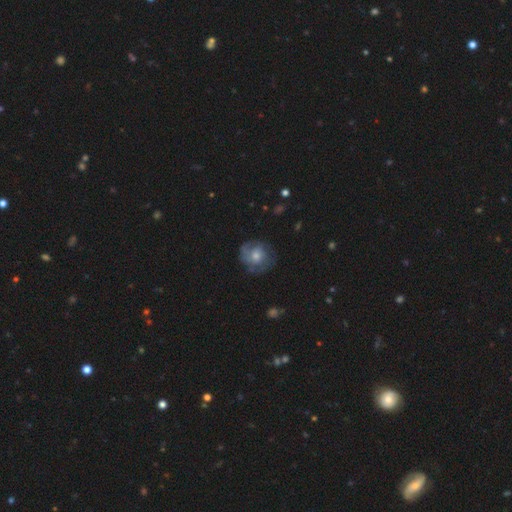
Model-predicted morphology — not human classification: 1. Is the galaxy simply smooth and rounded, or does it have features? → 51% featured or disk, 41% smooth, 8% star or artifact.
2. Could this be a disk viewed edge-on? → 97% no, 3% yes.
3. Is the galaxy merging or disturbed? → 68% none, 20% minor disturbance, 11% major disturbance, 1% merger.